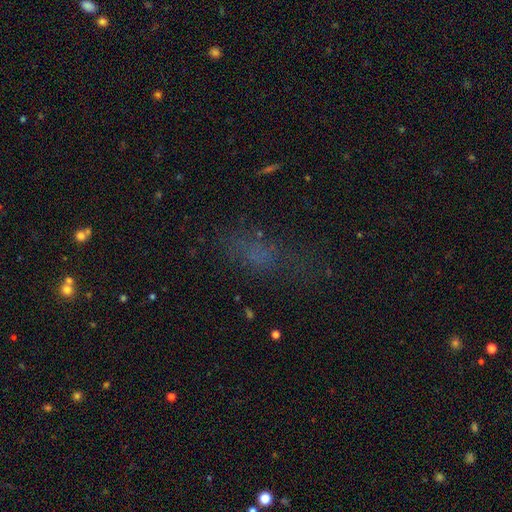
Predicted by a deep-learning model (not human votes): Overall: smooth (52%; star or artifact 30%). How rounded: in between (63%; cigar-shaped 27%). Merging: none (61%).